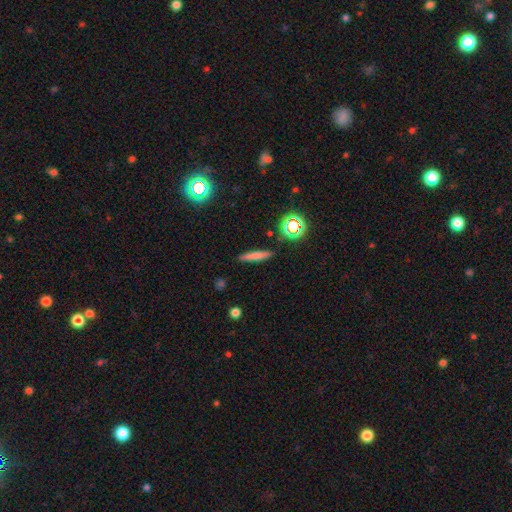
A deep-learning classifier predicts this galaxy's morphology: smooth 71%, featured or disk 18%, star or artifact 12%. Down the decision tree: how rounded — cigar-shaped (89%); merging — none (88%).